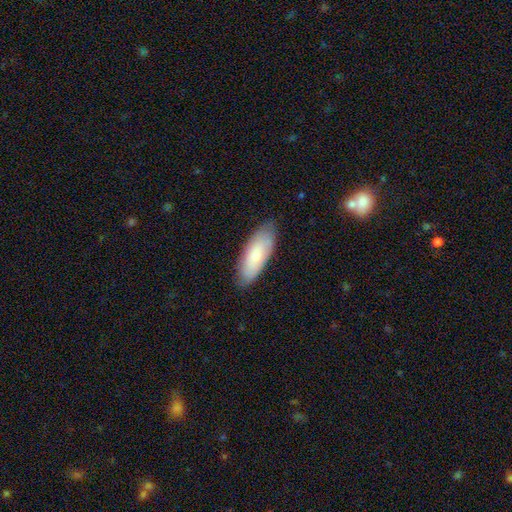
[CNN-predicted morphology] Smooth or featured? Predicted: smooth (p=0.69). How rounded? Predicted: in between (p=0.78). Merging? Predicted: none (p=0.82).